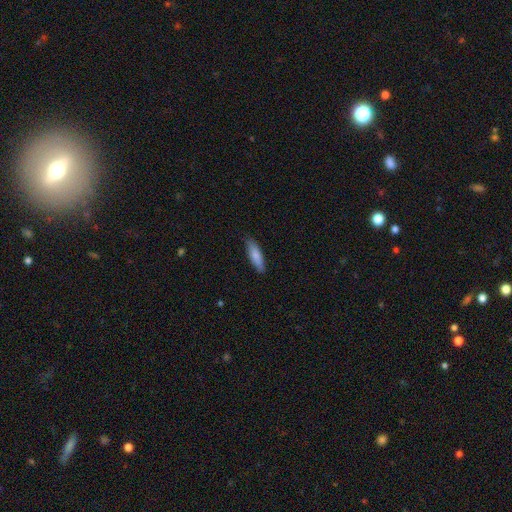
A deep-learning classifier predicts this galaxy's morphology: smooth 81%, featured or disk 14%, star or artifact 6%. Down the decision tree: how rounded — cigar-shaped (62%); merging — none (84%).